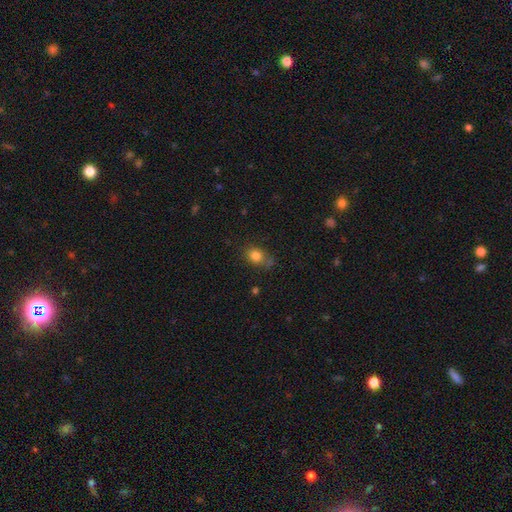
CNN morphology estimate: This appears to be a smooth galaxy with no disk features (81%) that is round (49%, tied with in between). Merging: none (63%).